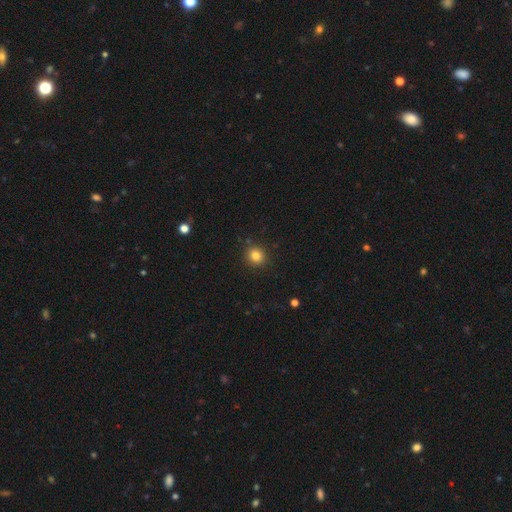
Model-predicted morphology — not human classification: Smooth or featured: smooth — 82% (star or artifact — 12%)
How rounded: round — 84% (in between — 15%)
Merging: none — 89% (minor disturbance — 7%)